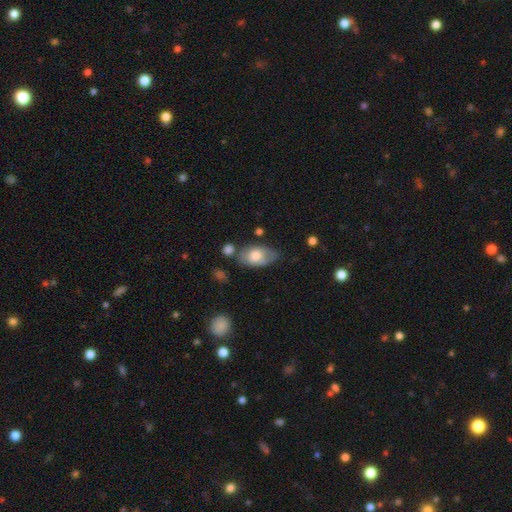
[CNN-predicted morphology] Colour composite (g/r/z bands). It shows a smooth galaxy with no disk features (65%) that is in between round and cigar-shaped (91%). Merging: none (55%).